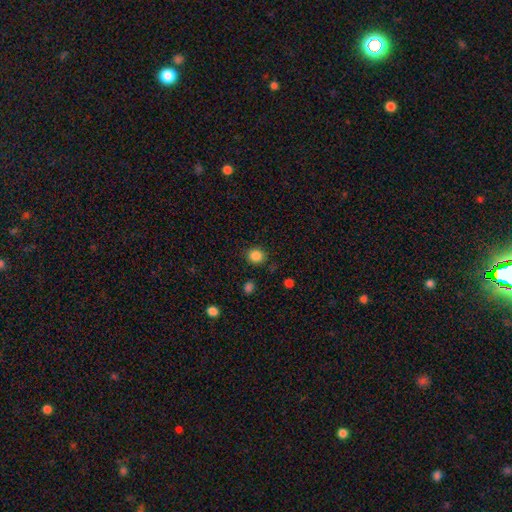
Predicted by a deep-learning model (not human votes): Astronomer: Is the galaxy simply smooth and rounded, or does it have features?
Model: smooth — 86%.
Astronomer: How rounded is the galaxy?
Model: round — 83%.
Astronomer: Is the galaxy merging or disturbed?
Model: none — 86%.